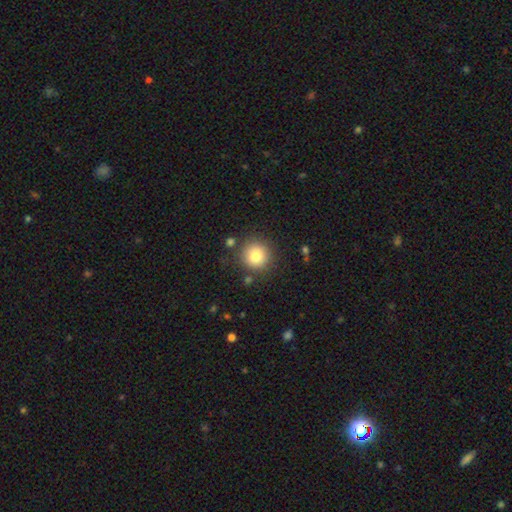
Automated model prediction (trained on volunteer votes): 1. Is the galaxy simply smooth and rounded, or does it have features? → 80% smooth, 11% star or artifact, 9% featured or disk.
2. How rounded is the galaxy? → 94% round, 5% in between, 1% cigar-shaped.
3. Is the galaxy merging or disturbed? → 85% none, 8% minor disturbance, 4% merger, 3% major disturbance.